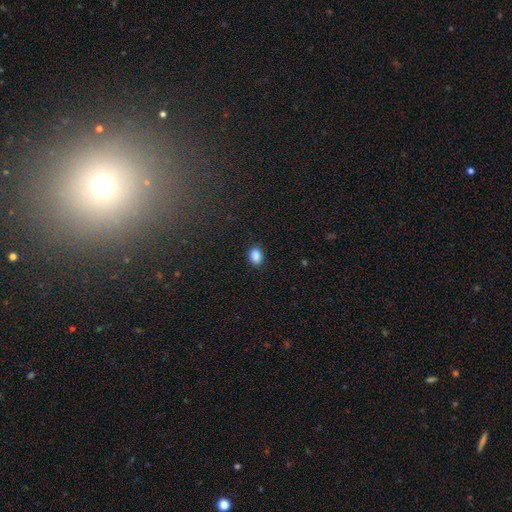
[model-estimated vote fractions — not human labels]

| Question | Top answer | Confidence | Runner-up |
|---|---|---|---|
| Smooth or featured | smooth | 87% | star or artifact (9%) |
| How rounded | in between | 71% | round (28%) |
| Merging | none | 85% | minor disturbance (11%) |